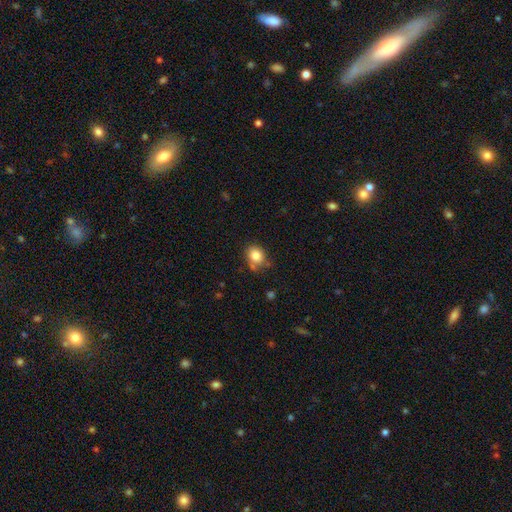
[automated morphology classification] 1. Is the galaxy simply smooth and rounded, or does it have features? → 83% smooth, 10% star or artifact, 7% featured or disk.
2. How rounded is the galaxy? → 59% round, 40% in between, 1% cigar-shaped.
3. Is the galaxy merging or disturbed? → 69% none, 19% minor disturbance, 8% merger, 5% major disturbance.